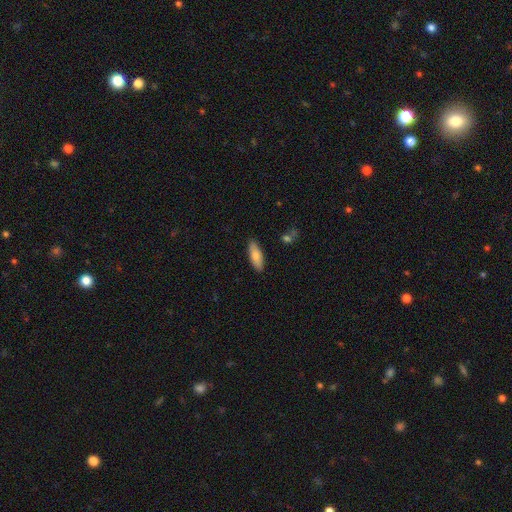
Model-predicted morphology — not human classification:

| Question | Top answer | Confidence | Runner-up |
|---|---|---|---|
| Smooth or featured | smooth | 79% | featured or disk (15%) |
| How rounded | in between | 68% | cigar-shaped (30%) |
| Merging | none | 87% | minor disturbance (10%) |